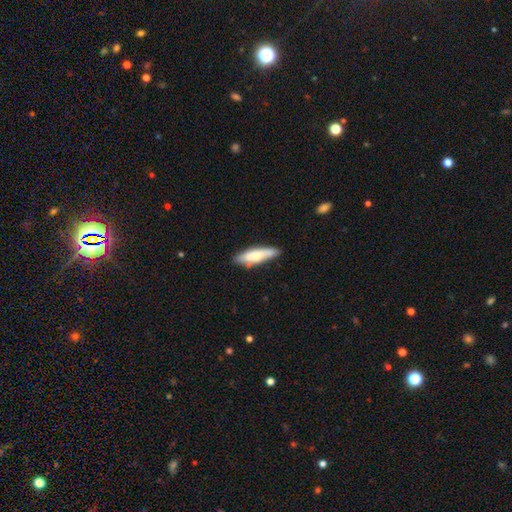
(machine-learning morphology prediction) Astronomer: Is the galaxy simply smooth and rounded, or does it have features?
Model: smooth — 69%.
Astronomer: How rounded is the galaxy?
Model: cigar-shaped — 65%.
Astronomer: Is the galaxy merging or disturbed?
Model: none — 79%.